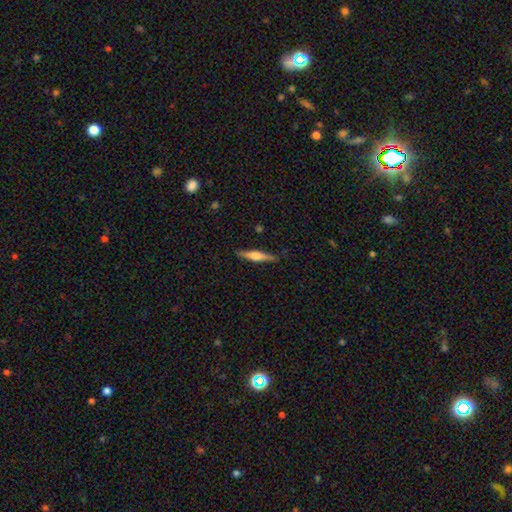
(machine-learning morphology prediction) Smooth or featured?
  - featured or disk: 54% *
  - smooth: 41%
  - star or artifact: 6%
Edge-on disk?
  - yes: 97% *
  - no: 3%
Edge-on bulge?
  - rounded: 73% *
  - boxy: 18%
  - none: 9%
Merging?
  - none: 88% *
  - minor disturbance: 9%
  - major disturbance: 2%
  - merger: 1%